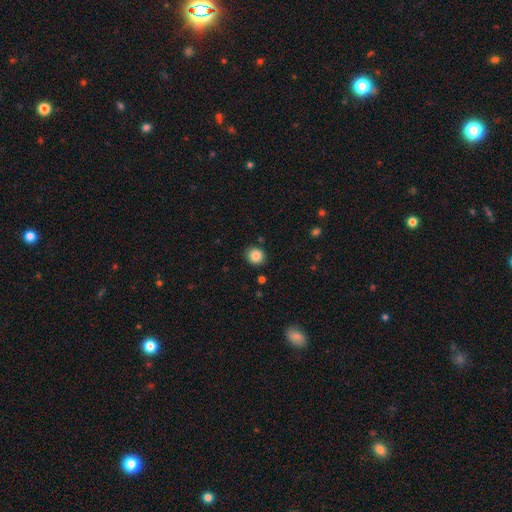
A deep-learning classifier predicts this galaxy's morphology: Smooth or featured: smooth — 86% (star or artifact — 10%)
How rounded: round — 83% (in between — 16%)
Merging: none — 89% (minor disturbance — 7%)